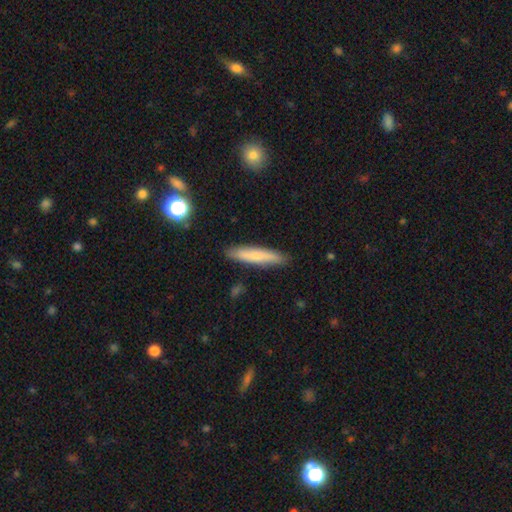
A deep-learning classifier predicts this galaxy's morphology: Overall: smooth (69%). How rounded: cigar-shaped (89%). Merging: none (88%).